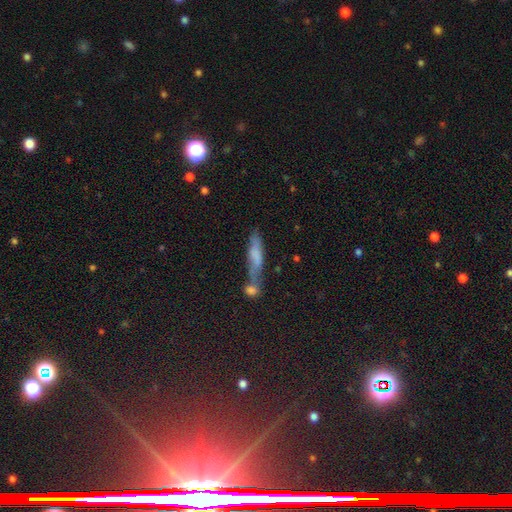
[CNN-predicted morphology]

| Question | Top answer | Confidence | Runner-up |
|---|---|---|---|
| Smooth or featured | smooth | 58% | featured or disk (28%) |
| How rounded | cigar-shaped | 78% | in between (19%) |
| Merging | none | 47% | merger (26%) |